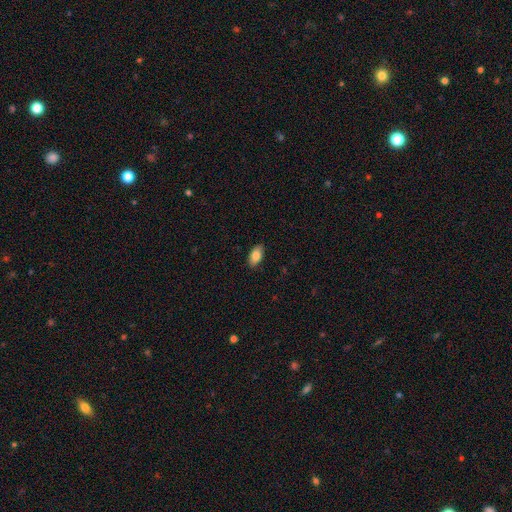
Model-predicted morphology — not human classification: smooth_or_featured: smooth (p=0.84) [alt: featured or disk p=0.09]
how_rounded: in between (p=0.92) [alt: cigar-shaped p=0.06]
merging: none (p=0.88) [alt: minor disturbance p=0.09]